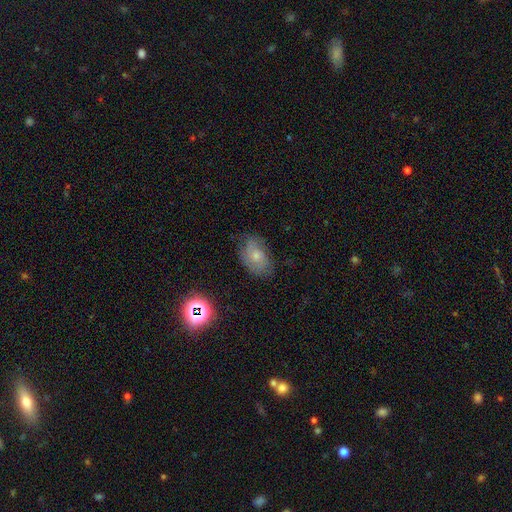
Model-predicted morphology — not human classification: type=featured or disk (47%); merging=none (67%).